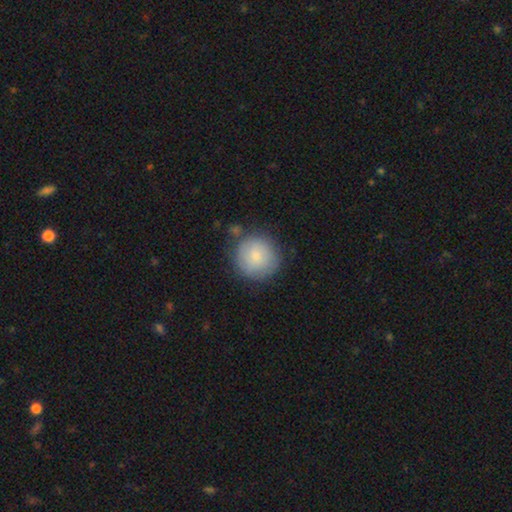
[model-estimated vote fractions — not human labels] Overall: smooth (76%). How rounded: round (93%). Merging: none (78%).